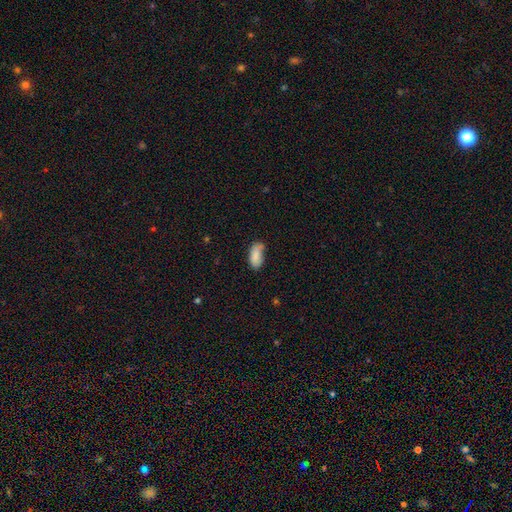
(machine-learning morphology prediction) Smooth or featured?
  - smooth: 84% *
  - featured or disk: 9%
  - star or artifact: 8%
How rounded?
  - in between: 92% *
  - cigar-shaped: 5%
  - round: 3%
Merging?
  - none: 53% *
  - minor disturbance: 32%
  - major disturbance: 10%
  - merger: 5%